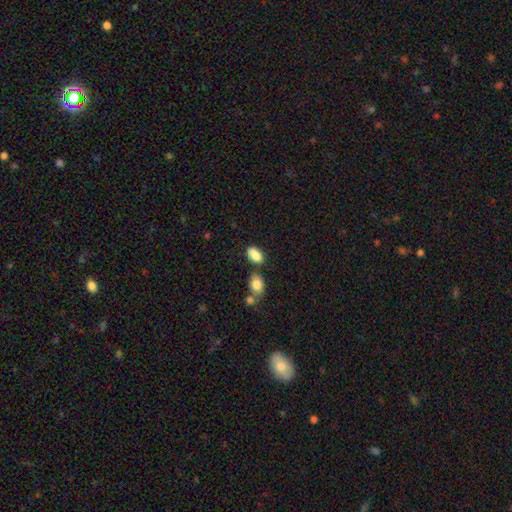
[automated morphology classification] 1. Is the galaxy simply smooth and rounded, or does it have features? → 86% smooth, 8% star or artifact, 6% featured or disk.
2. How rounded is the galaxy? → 90% in between, 8% round, 3% cigar-shaped.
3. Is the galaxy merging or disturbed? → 60% none, 19% merger, 17% minor disturbance, 5% major disturbance.